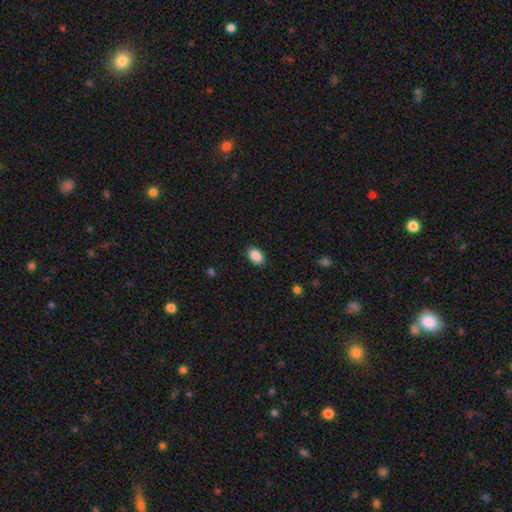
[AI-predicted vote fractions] A smooth galaxy with no disk features (89%) that is in between round and cigar-shaped (85%). Merging: none (87%).